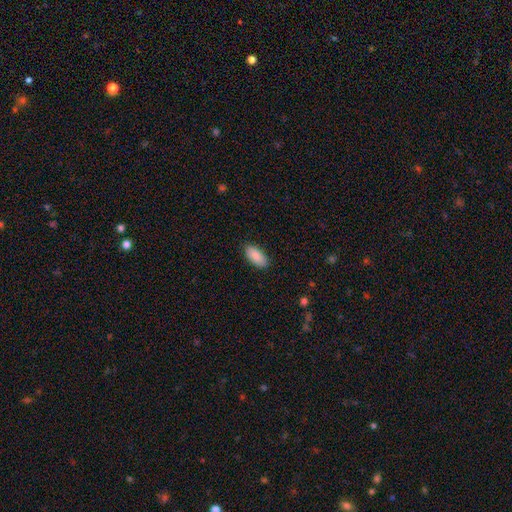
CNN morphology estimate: Overall: smooth (89%). How rounded: in between (91%). Merging: none (87%).